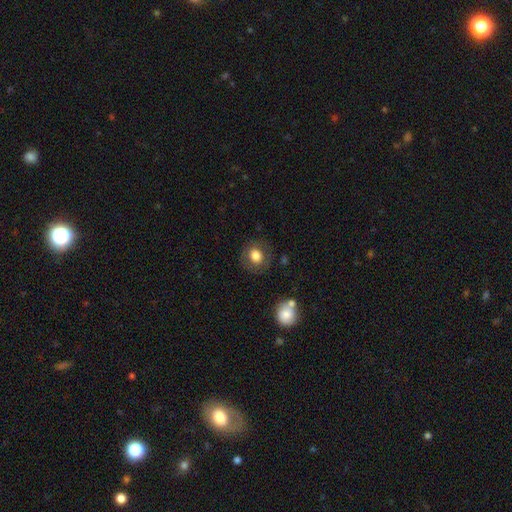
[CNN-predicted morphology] smooth 75%, featured or disk 16%, star or artifact 9%. Down the decision tree: how rounded — round (80%); merging — none (83%).